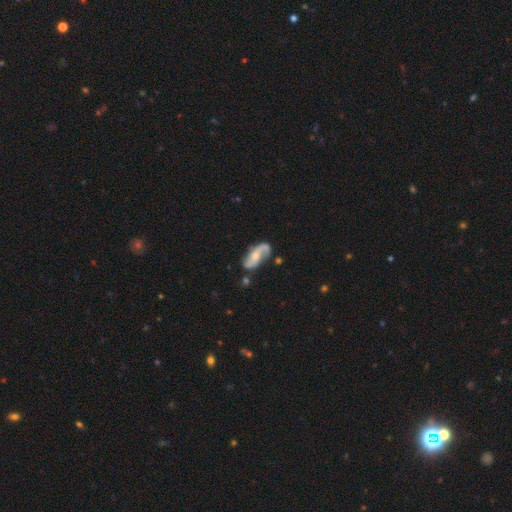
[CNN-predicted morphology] The model was most divided on "bulge size": moderate: 51%, small: 42%, none: 3%, large: 3%, dominant: 1%. More confident: edge-on disk — no (94%); spiral arms — yes (91%); spiral arm count — 2 (84%); smooth or featured — featured or disk (74%); merging — none (61%); spiral winding — loose (58%); bar — no (57%).